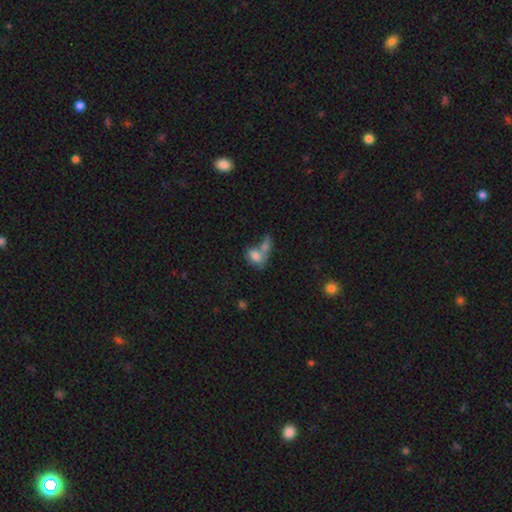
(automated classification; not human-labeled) smooth_or_featured: smooth (p=0.79) [alt: featured or disk p=0.13]
how_rounded: in between (p=0.78) [alt: round p=0.20]
merging: merger (p=0.57) [alt: none p=0.26]